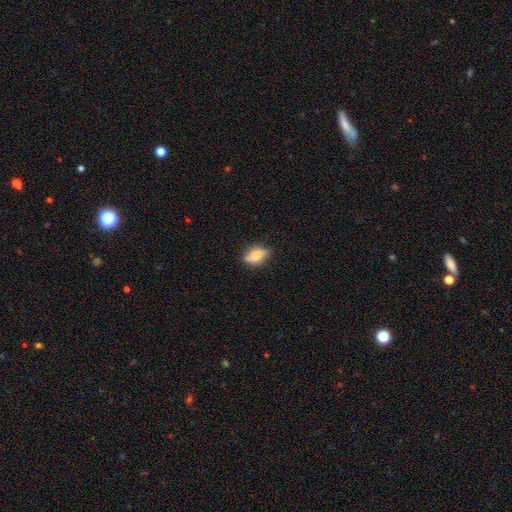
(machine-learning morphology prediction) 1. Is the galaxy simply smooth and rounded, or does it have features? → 56% smooth, 36% featured or disk, 8% star or artifact.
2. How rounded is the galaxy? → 76% in between, 15% round, 9% cigar-shaped.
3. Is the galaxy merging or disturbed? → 79% none, 16% minor disturbance, 3% major disturbance, 1% merger.